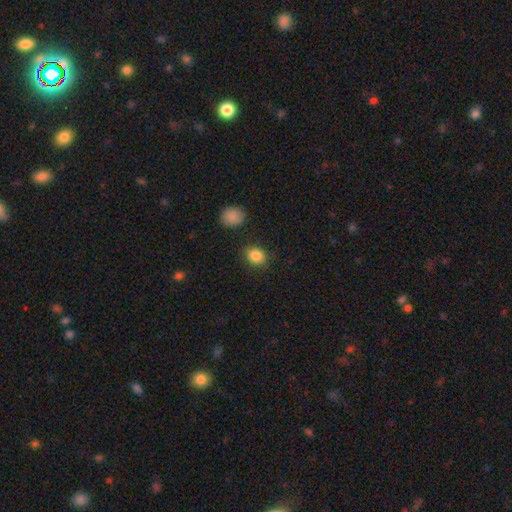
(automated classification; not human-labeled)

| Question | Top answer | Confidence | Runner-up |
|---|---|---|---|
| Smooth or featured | smooth | 86% | star or artifact (9%) |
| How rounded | round | 50% | in between (49%) |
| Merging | none | 85% | minor disturbance (10%) |